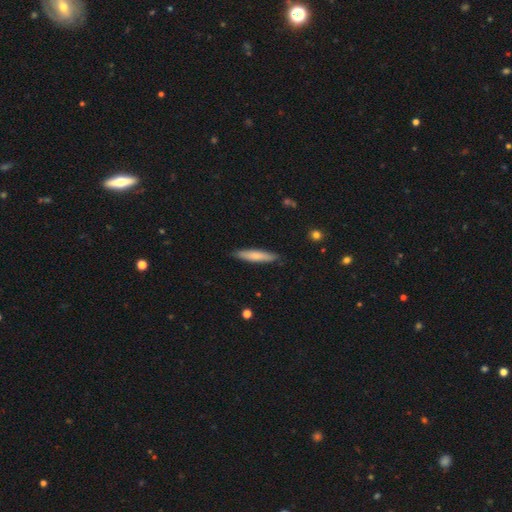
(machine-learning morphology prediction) Smooth or featured?
  - smooth: 74% *
  - featured or disk: 21%
  - star or artifact: 5%
How rounded?
  - cigar-shaped: 89% *
  - in between: 10%
  - round: 1%
Merging?
  - none: 88% *
  - minor disturbance: 9%
  - major disturbance: 2%
  - merger: 1%